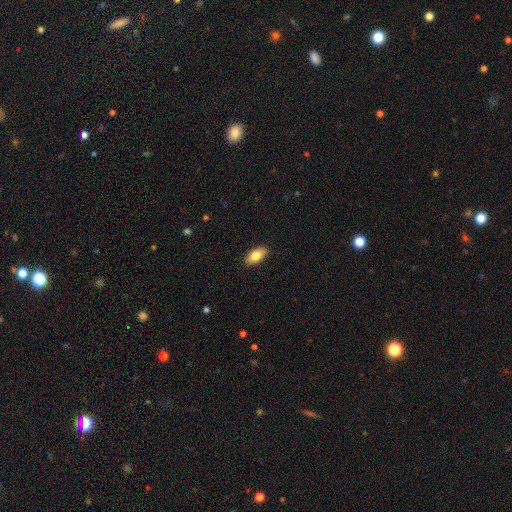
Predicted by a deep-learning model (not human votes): smooth-or-featured: smooth: 79% | featured or disk: 14% | star or artifact: 6%
  how-rounded: in between: 90% | cigar-shaped: 7% | round: 3%
  merging: none: 90% | minor disturbance: 8% | major disturbance: 2% | merger: 1%